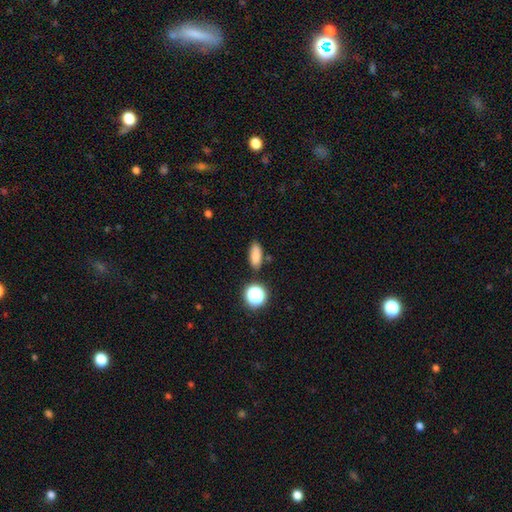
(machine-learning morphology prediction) The model was most divided on "how rounded": in between: 74%, cigar-shaped: 17%, round: 9%. More confident: merging — none (82%); smooth or featured — smooth (82%).